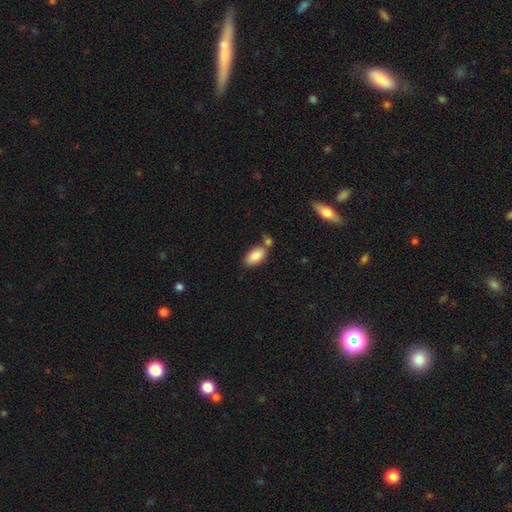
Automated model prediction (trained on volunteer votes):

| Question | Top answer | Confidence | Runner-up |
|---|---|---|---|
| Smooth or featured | smooth | 86% | featured or disk (7%) |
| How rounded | in between | 94% | round (3%) |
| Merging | none | 59% | merger (23%) |